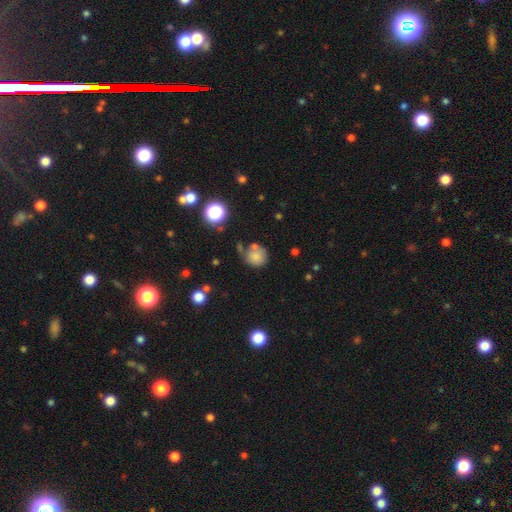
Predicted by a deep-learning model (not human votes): smooth_or_featured: smooth (p=0.77) [alt: star or artifact p=0.13]
how_rounded: round (p=0.85) [alt: in between p=0.14]
merging: none (p=0.61) [alt: minor disturbance p=0.18]